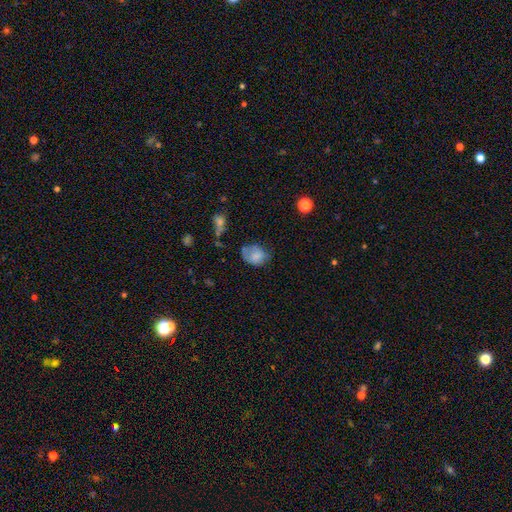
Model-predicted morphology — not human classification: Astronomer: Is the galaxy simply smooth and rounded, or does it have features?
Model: smooth — 73%.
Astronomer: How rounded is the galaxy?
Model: in between — 61% (runner-up: round, 38%).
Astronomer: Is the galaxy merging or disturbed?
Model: none — 46% (runner-up: minor disturbance, 33%).